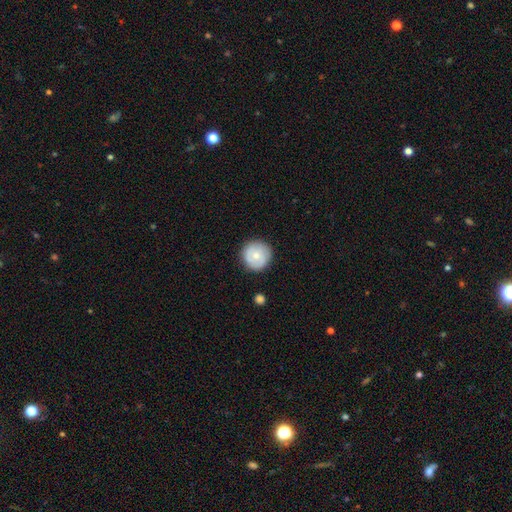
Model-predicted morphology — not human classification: Overall: smooth (65%; featured or disk 28%). How rounded: round (95%). Merging: none (86%).